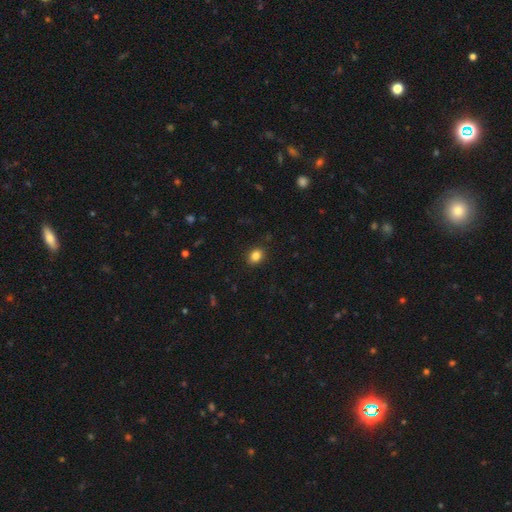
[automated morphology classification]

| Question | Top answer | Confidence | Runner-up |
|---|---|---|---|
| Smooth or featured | smooth | 85% | star or artifact (10%) |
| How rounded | round | 51% | in between (48%) |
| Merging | none | 90% | minor disturbance (7%) |